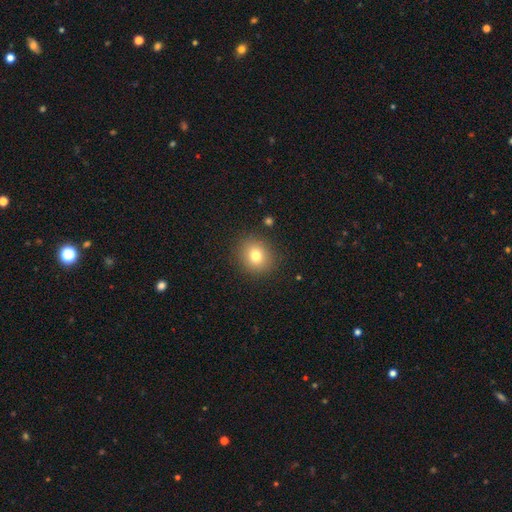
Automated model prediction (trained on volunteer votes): Smooth or featured? smooth (78%)
How rounded? round (77%)
Merging? none (88%)